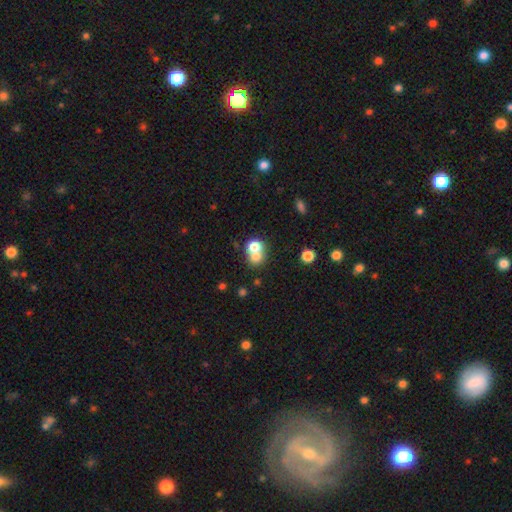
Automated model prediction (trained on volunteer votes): A smooth galaxy with no disk features (71%) that is round (67%).

Vote fractions:
- Smooth or featured? smooth: 71% / featured or disk: 18% / star or artifact: 11%
- How rounded? round: 67% / in between: 32% / cigar-shaped: 1%
- Merging? merger: 63% / none: 28% / minor disturbance: 6% / major disturbance: 3%